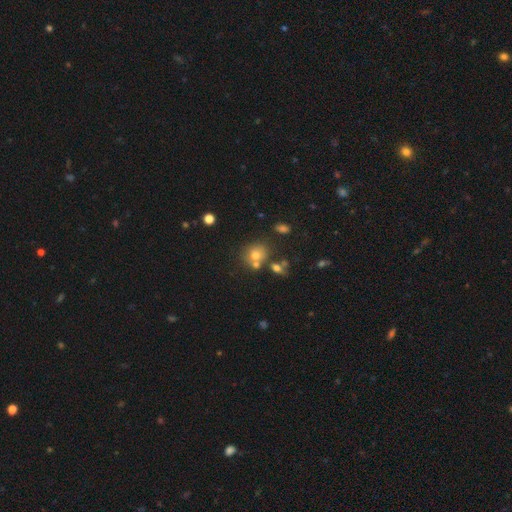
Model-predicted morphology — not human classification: smooth-or-featured: smooth: 67% | star or artifact: 20% | featured or disk: 13%
  how-rounded: round: 76% | in between: 23% | cigar-shaped: 1%
  merging: none: 61% | merger: 24% | minor disturbance: 11% | major disturbance: 4%